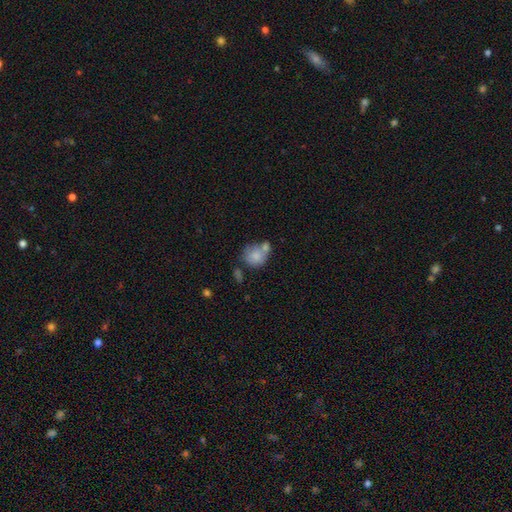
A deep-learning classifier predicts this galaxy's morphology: smooth_or_featured: smooth (p=0.78) [alt: featured or disk p=0.14]
how_rounded: round (p=0.70) [alt: in between p=0.29]
merging: merger (p=0.40) [alt: none p=0.37]